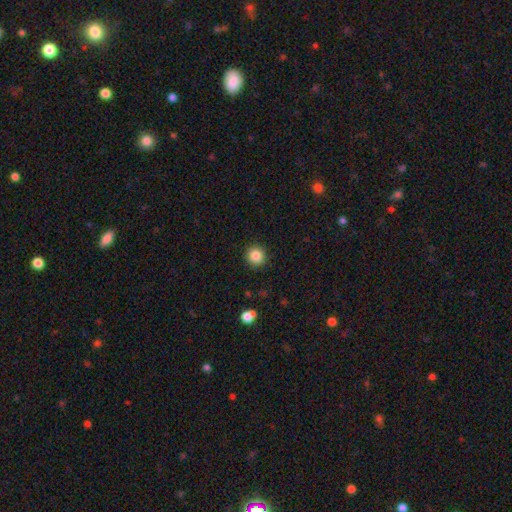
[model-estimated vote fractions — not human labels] The model was most divided on "smooth or featured": smooth: 86%, star or artifact: 10%, featured or disk: 4%. More confident: how rounded — round (93%); merging — none (91%).